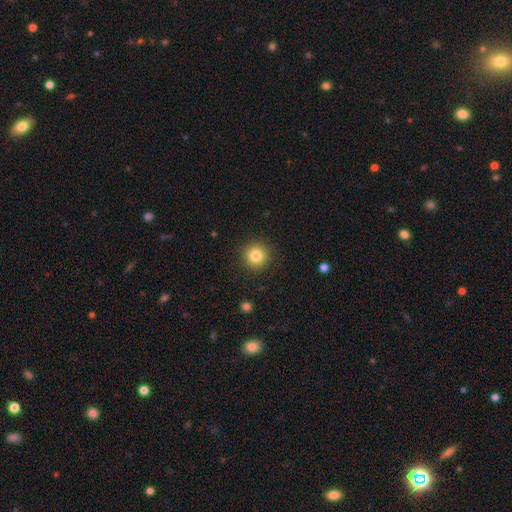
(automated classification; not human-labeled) A smooth galaxy with no disk features (82%) that is round (95%). Merging: none (91%).